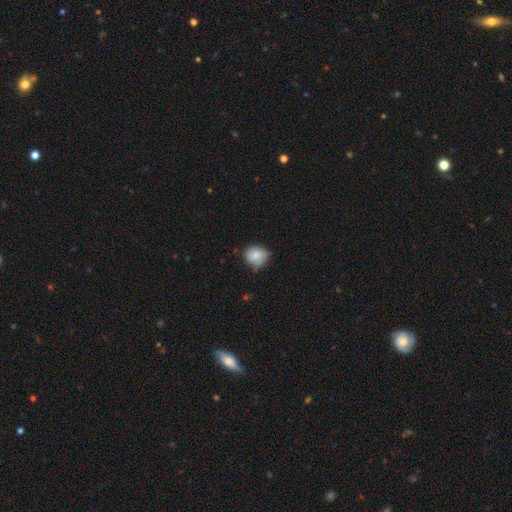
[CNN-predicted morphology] Smooth or featured? Predicted: smooth (p=0.81). How rounded? Predicted: round (p=0.73). Merging? Predicted: none (p=0.59).